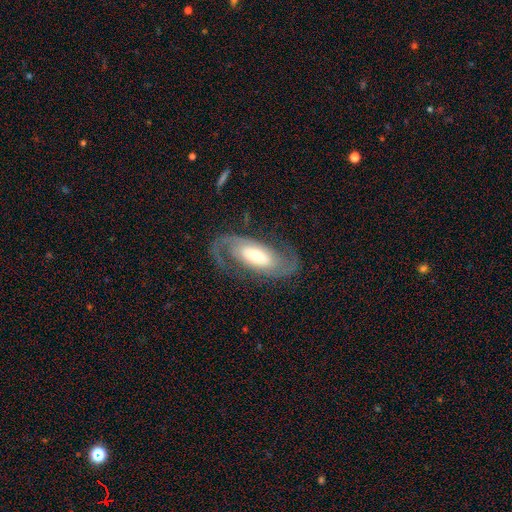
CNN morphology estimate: type=featured or disk (87%); edge-on=no (95%); bar=no (38%); spiral arms=yes (96%); winding=medium (49%); arm count=2 (91%); bulge=moderate (51%); merging=none (79%).